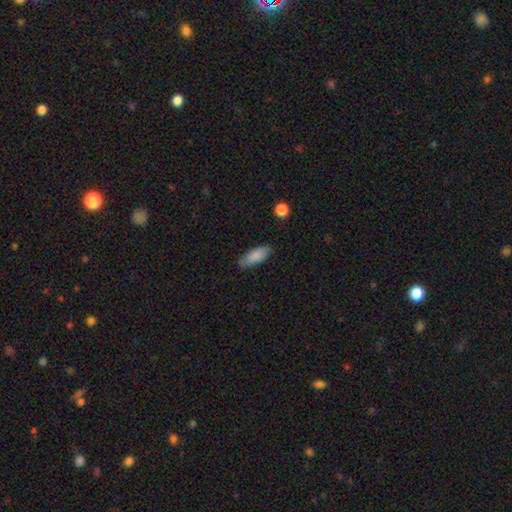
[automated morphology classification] Smooth or featured: smooth — 85% (featured or disk — 9%)
How rounded: in between — 76% (cigar-shaped — 22%)
Merging: none — 81% (minor disturbance — 15%)